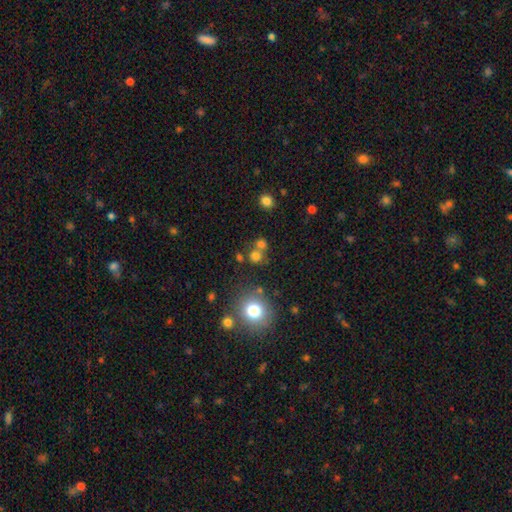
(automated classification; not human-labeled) Smooth or featured: smooth — 72% (star or artifact — 18%)
How rounded: round — 87% (in between — 12%)
Merging: none — 58% (merger — 30%)